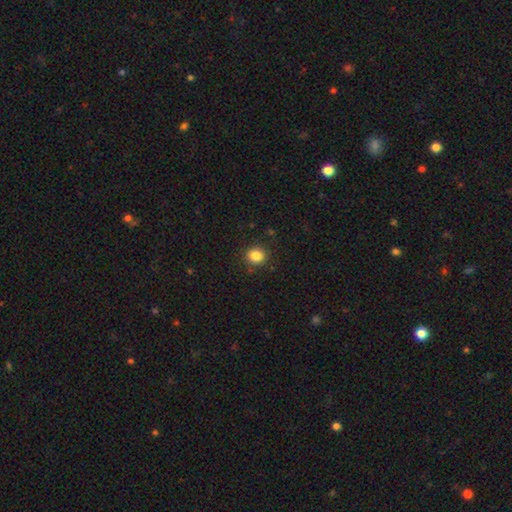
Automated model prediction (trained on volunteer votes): smooth 85%, star or artifact 11%, featured or disk 4%. Down the decision tree: how rounded — round (81%); merging — none (88%).